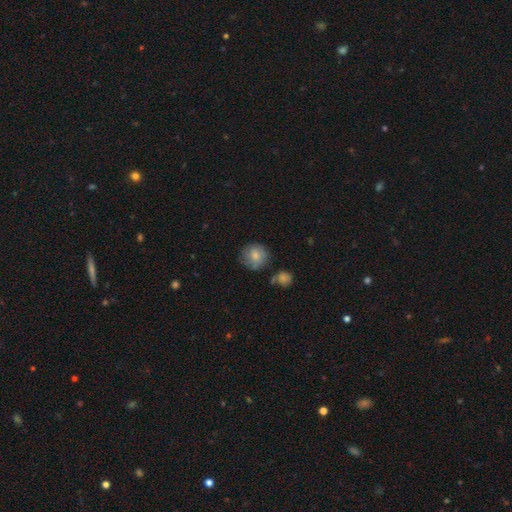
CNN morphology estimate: Smooth or featured?
  - smooth: 73% *
  - featured or disk: 19%
  - star or artifact: 8%
How rounded?
  - round: 88% *
  - in between: 11%
  - cigar-shaped: 1%
Merging?
  - none: 67% *
  - minor disturbance: 22%
  - major disturbance: 7%
  - merger: 5%